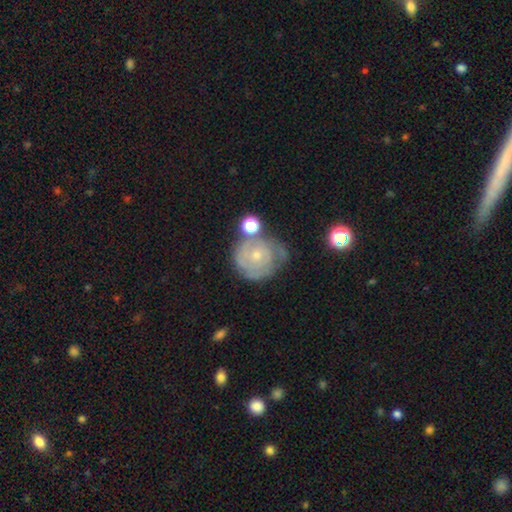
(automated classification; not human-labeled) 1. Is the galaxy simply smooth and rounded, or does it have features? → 72% featured or disk, 21% smooth, 7% star or artifact.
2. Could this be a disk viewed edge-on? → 98% no, 2% yes.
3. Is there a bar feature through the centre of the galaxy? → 82% no, 15% weak, 3% strong.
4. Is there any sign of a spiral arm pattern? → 85% yes, 15% no.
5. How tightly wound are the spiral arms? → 73% tight, 21% medium, 6% loose.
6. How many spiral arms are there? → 43% can't tell, 27% 2, 16% 3, 7% 1, 5% 4, 4% more than 4.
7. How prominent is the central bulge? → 71% small, 24% moderate, 2% none, 1% large, 1% dominant.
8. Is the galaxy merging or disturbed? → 52% none, 26% minor disturbance, 12% major disturbance, 10% merger.